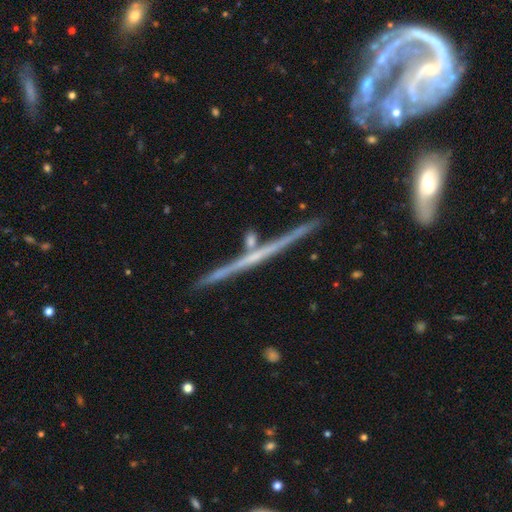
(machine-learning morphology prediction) Smooth or featured: featured or disk — 76% (smooth — 16%)
Edge-on disk: yes — 96% (no — 4%)
Edge-on bulge: none — 71% (rounded — 22%)
Merging: none — 80% (minor disturbance — 11%)